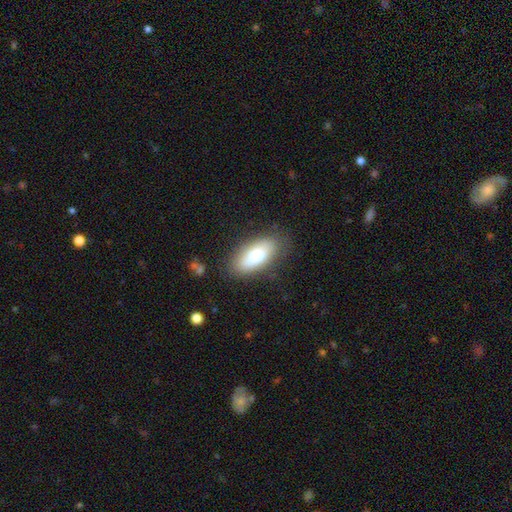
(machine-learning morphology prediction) A smooth galaxy with no disk features (79%) that is in between round and cigar-shaped (84%).

Vote fractions:
- Smooth or featured? smooth: 79% / featured or disk: 15% / star or artifact: 6%
- How rounded? in between: 84% / cigar-shaped: 14% / round: 2%
- Merging? none: 79% / minor disturbance: 15% / major disturbance: 4% / merger: 2%